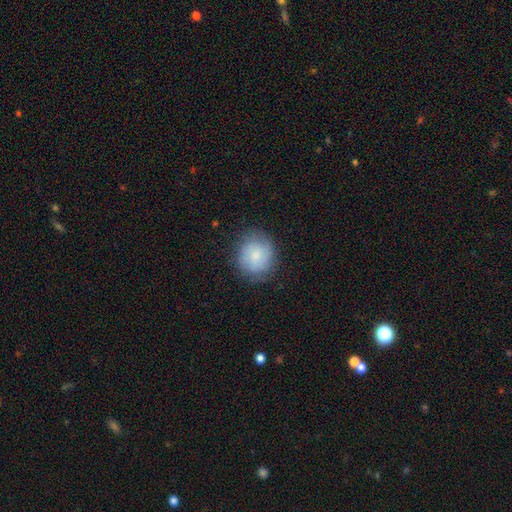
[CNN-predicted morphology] Overall: smooth (73%). How rounded: round (80%). Merging: none (78%).